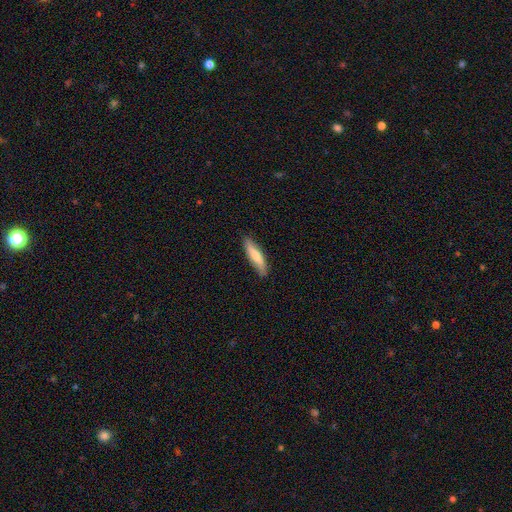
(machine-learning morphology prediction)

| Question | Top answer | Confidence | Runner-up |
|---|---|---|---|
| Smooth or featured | smooth | 70% | featured or disk (25%) |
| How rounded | cigar-shaped | 78% | in between (21%) |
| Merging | none | 83% | minor disturbance (14%) |